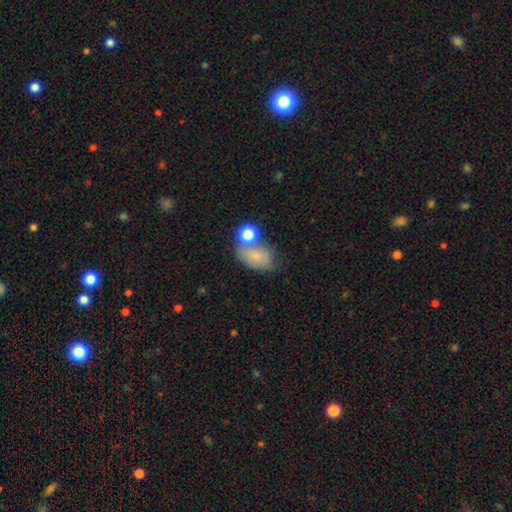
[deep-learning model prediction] Smooth or featured? smooth (74%)
How rounded? in between (81%)
Merging? none (44%)